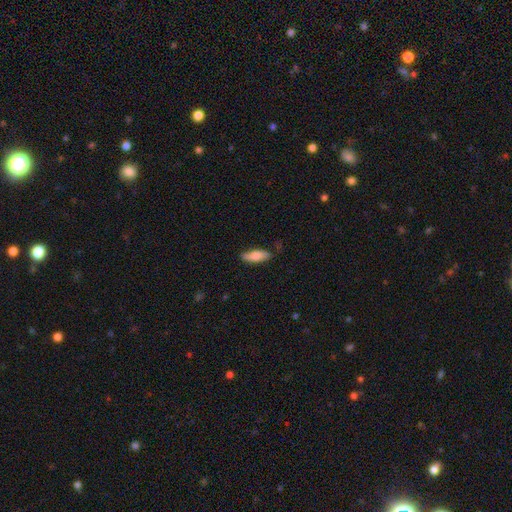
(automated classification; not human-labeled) Smooth or featured? Predicted: smooth (p=0.74). How rounded? Predicted: in between (p=0.52). Merging? Predicted: none (p=0.80).